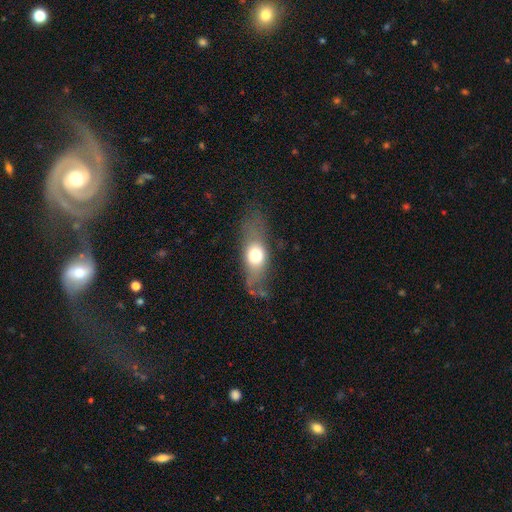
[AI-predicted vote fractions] Smooth or featured? smooth (61%)
How rounded? in between (66%)
Merging? none (59%)